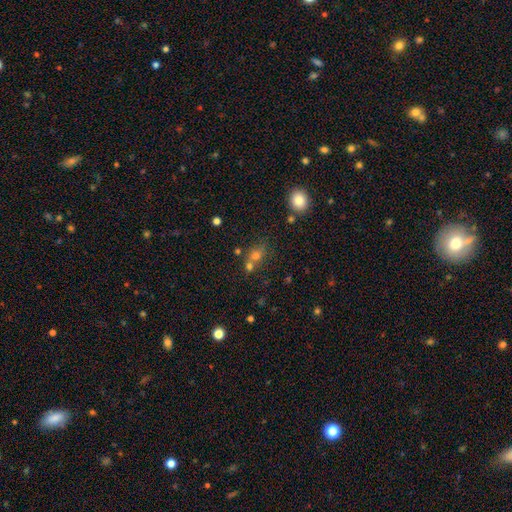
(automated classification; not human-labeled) Smooth or featured? smooth (65%)
How rounded? round (65%)
Merging? none (51%)